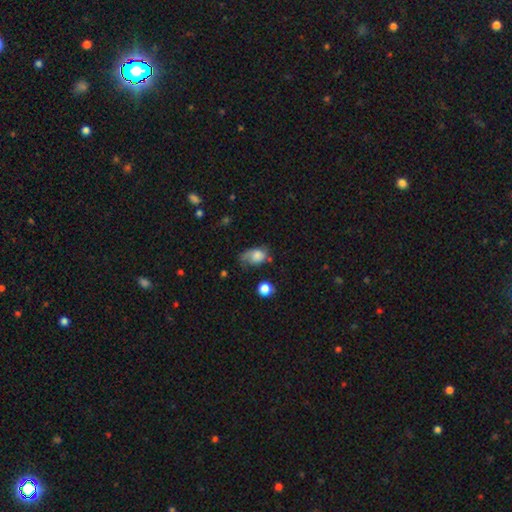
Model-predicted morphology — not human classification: smooth 67%, featured or disk 23%, star or artifact 10%. Down the decision tree: how rounded — in between (77%); merging — minor disturbance (36%).